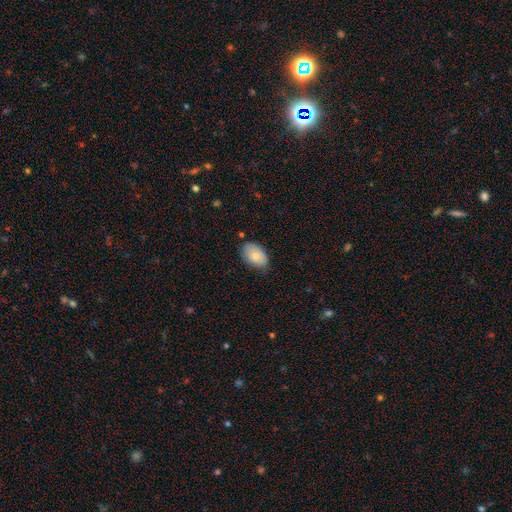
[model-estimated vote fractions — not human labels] The model was most divided on "merging": none: 69%, minor disturbance: 26%, major disturbance: 4%, merger: 2%. More confident: how rounded — in between (89%); smooth or featured — smooth (77%).